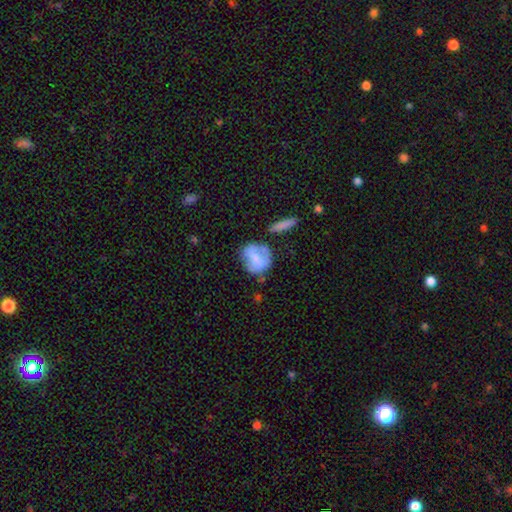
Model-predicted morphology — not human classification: Smooth or featured: smooth — 61% (featured or disk — 32%)
How rounded: round — 65% (in between — 33%)
Merging: none — 53% (minor disturbance — 25%)